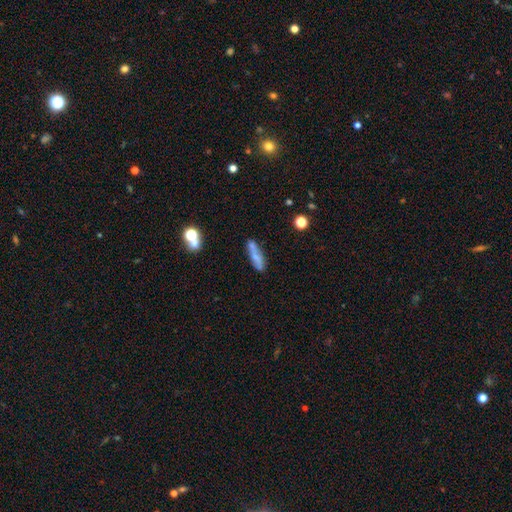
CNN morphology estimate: Smooth or featured? Predicted: smooth (p=0.57). How rounded? Predicted: cigar-shaped (p=0.64). Merging? Predicted: none (p=0.62).